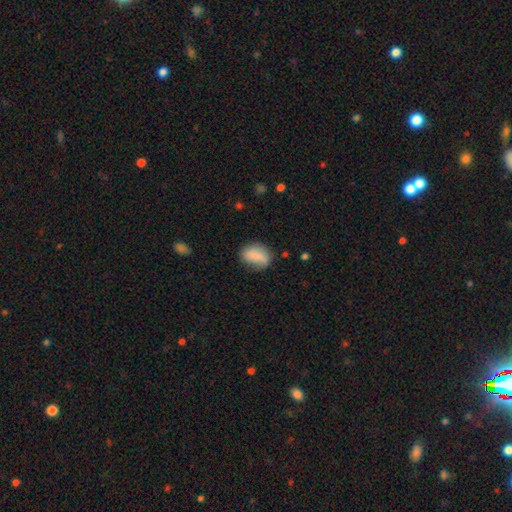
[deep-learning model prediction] smooth 81%, featured or disk 12%, star or artifact 8%. Down the decision tree: how rounded — in between (81%); merging — none (60%).